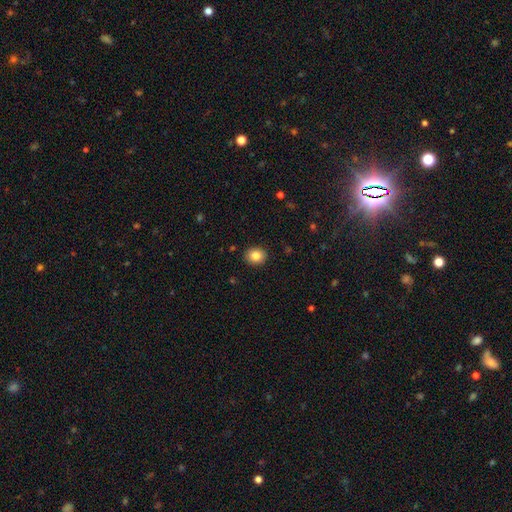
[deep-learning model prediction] Q: Smooth or featured?
A: smooth (85%); runner-up: star or artifact (9%)
Q: How rounded?
A: round (56%); runner-up: in between (44%)
Q: Merging?
A: none (90%); runner-up: minor disturbance (7%)